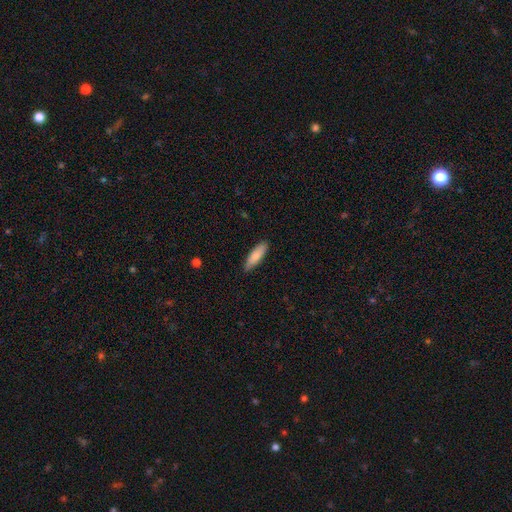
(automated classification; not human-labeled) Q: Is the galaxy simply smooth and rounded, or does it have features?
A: smooth — 83%.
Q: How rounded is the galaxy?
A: cigar-shaped — 55%.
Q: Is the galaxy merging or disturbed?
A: none — 85%.